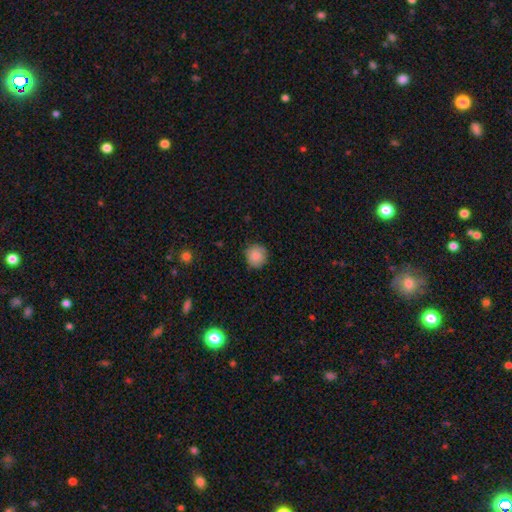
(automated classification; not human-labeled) Smooth or featured: smooth — 86% (star or artifact — 8%)
How rounded: round — 92% (in between — 7%)
Merging: none — 86% (minor disturbance — 11%)